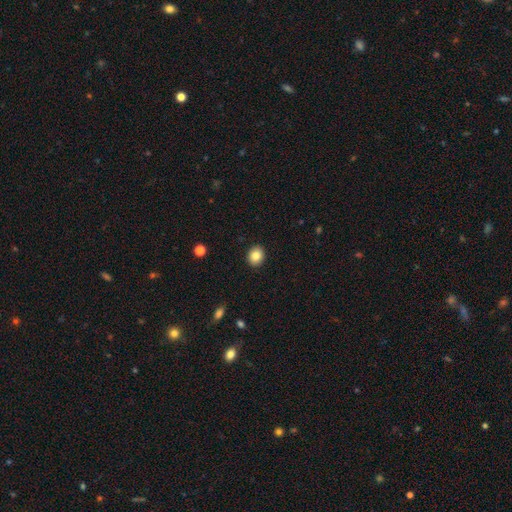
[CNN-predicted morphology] Q: Smooth or featured?
A: smooth (85%); runner-up: star or artifact (9%)
Q: How rounded?
A: round (64%); runner-up: in between (35%)
Q: Merging?
A: none (91%); runner-up: minor disturbance (6%)